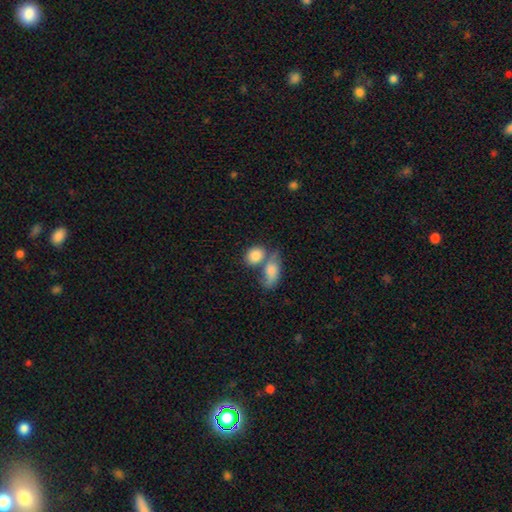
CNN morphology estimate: Smooth or featured? smooth (83%)
How rounded? in between (63%)
Merging? merger (52%)